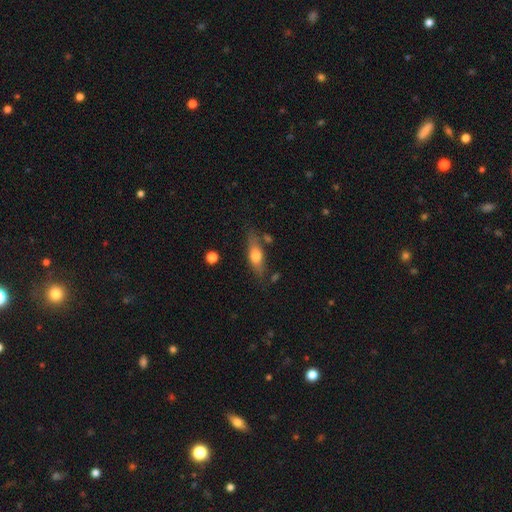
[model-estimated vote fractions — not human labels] smooth-or-featured: smooth: 57% | featured or disk: 36% | star or artifact: 7%
  how-rounded: in between: 56% | cigar-shaped: 39% | round: 5%
  merging: none: 71% | minor disturbance: 18% | merger: 6% | major disturbance: 5%